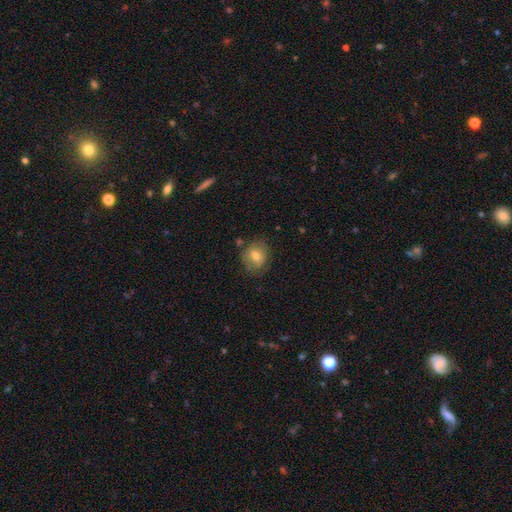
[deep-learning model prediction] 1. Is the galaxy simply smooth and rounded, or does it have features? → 70% smooth, 21% featured or disk, 9% star or artifact.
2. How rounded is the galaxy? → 57% round, 42% in between, 1% cigar-shaped.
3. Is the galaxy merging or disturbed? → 76% none, 16% minor disturbance, 5% major disturbance, 3% merger.